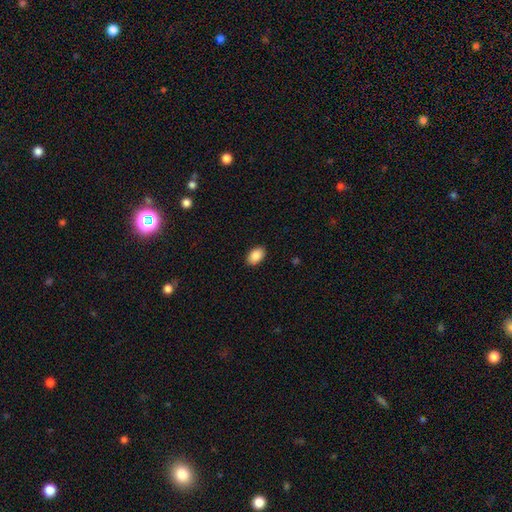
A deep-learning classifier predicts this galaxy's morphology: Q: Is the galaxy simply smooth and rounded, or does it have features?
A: smooth — 88%.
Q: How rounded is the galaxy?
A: in between — 89%.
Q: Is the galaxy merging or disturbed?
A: none — 90%.